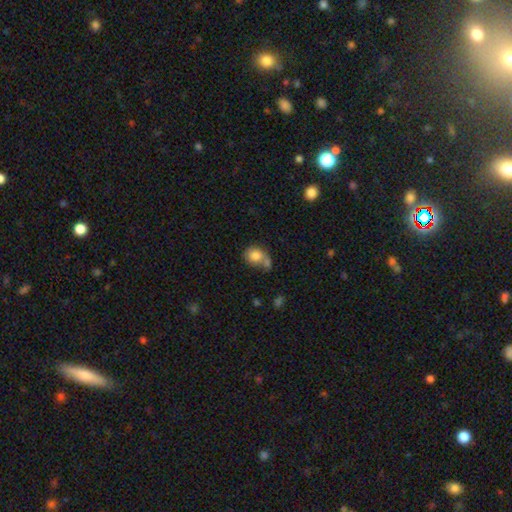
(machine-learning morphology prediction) Q: Smooth or featured?
A: smooth (79%); runner-up: featured or disk (13%)
Q: How rounded?
A: round (54%); runner-up: in between (45%)
Q: Merging?
A: merger (38%); runner-up: none (33%)